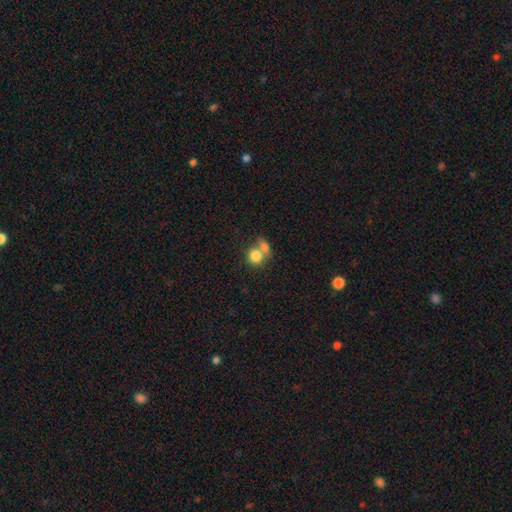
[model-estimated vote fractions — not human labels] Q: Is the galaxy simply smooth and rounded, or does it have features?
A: smooth — 81%.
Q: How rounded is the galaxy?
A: round — 74%.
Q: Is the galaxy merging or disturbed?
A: merger — 52%.